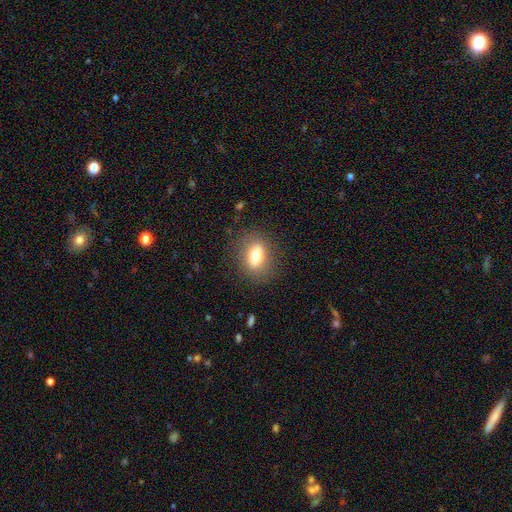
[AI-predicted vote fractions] Smooth or featured?
  - smooth: 70% *
  - featured or disk: 21%
  - star or artifact: 9%
How rounded?
  - in between: 69% *
  - round: 27%
  - cigar-shaped: 4%
Merging?
  - none: 83% *
  - minor disturbance: 11%
  - major disturbance: 5%
  - merger: 1%